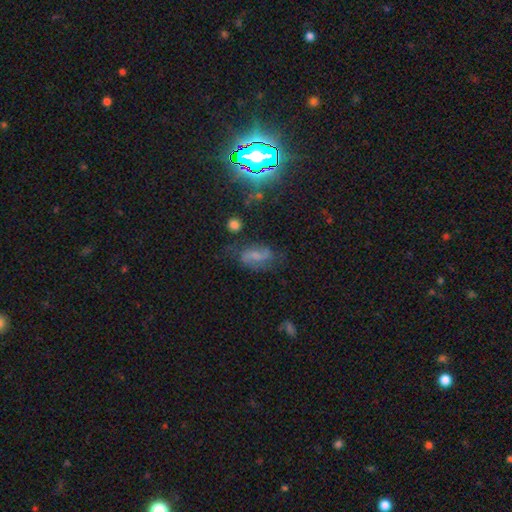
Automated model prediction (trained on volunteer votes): Morphology: type=featured or disk (58%); edge-on=no (95%); bar=weak (44%); spiral arms=yes (88%); bulge=small (43%); merging=none (65%).